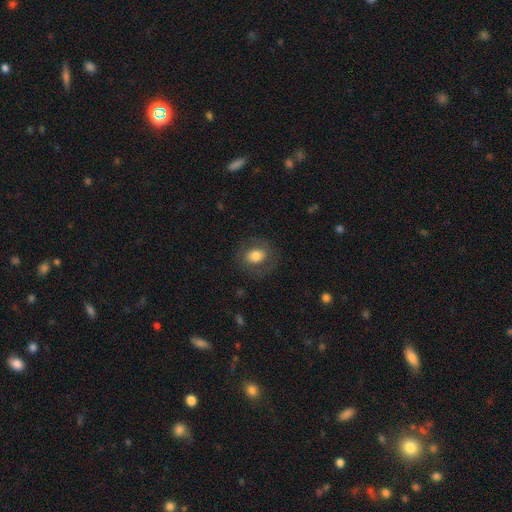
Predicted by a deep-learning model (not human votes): A smooth galaxy with no disk features (66%) that is in between round and cigar-shaped (51%). Merging: none (77%).